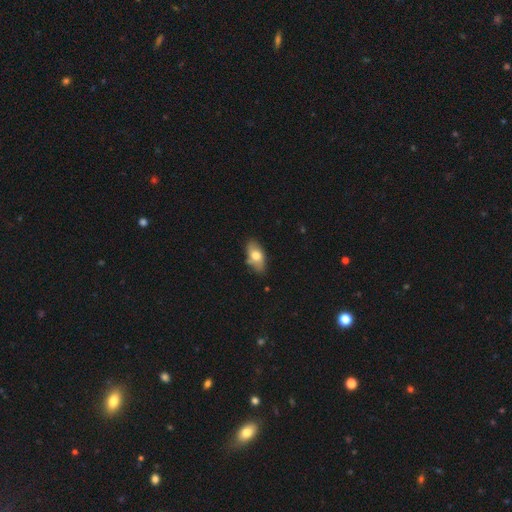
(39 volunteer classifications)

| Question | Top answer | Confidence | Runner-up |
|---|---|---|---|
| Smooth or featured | smooth | 72% | featured or disk (21%) |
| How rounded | in between | 89% | cigar-shaped (7%) |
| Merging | none | 61% | minor disturbance (19%) |